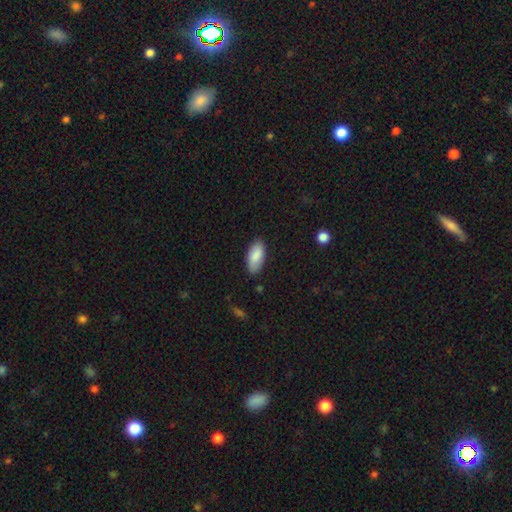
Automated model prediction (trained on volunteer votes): Smooth or featured? Predicted: smooth (p=0.87). How rounded? Predicted: in between (p=0.91). Merging? Predicted: none (p=0.84).